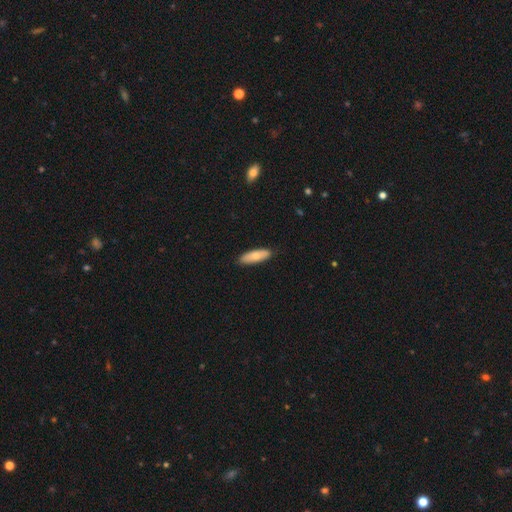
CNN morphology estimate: smooth-or-featured: smooth: 74% | featured or disk: 21% | star or artifact: 6%
  how-rounded: in between: 54% | cigar-shaped: 44% | round: 2%
  merging: none: 87% | minor disturbance: 10% | major disturbance: 2% | merger: 1%